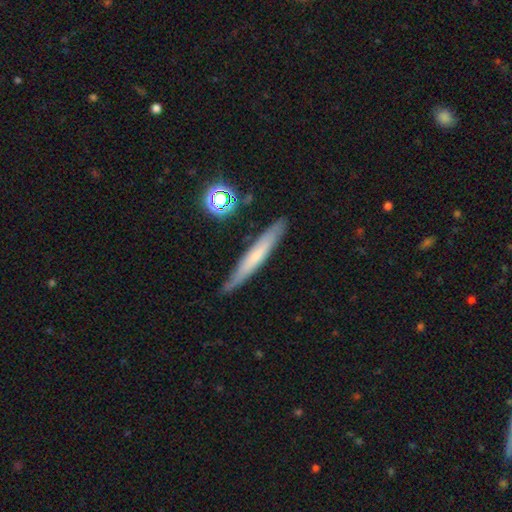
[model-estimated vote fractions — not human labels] Smooth or featured? smooth (51%)
How rounded? cigar-shaped (95%)
Merging? none (85%)